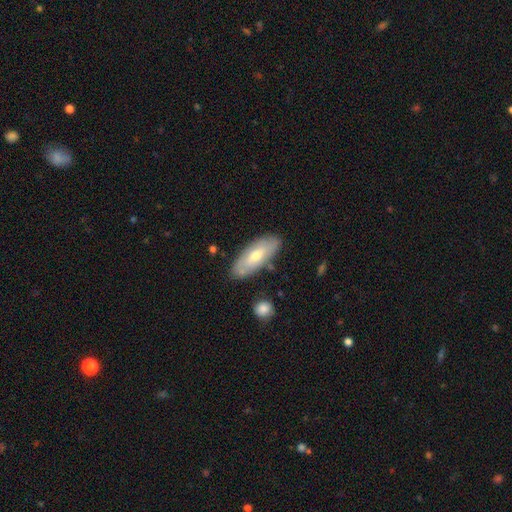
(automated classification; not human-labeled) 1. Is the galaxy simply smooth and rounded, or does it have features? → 54% smooth, 40% featured or disk, 6% star or artifact.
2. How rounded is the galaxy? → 75% in between, 23% cigar-shaped, 2% round.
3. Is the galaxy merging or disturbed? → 81% none, 13% minor disturbance, 3% merger, 3% major disturbance.